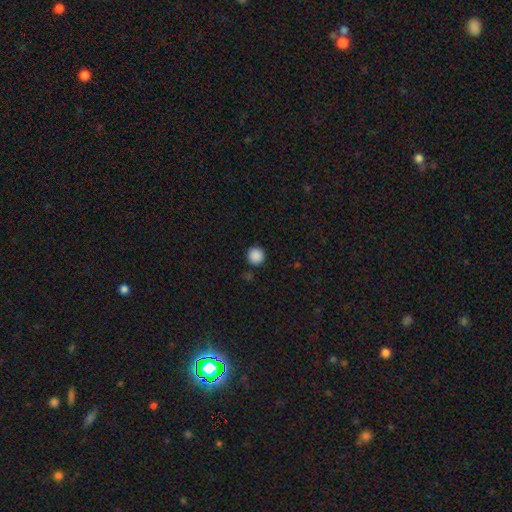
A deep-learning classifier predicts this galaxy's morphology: This appears to be a smooth galaxy with no disk features (88%) that is round (95%). Merging: none (90%).